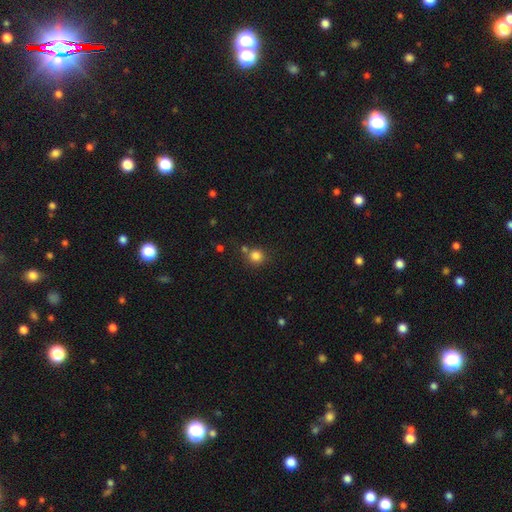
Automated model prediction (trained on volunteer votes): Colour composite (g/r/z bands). It shows a smooth galaxy with no disk features (82%) that is round (89%). Merging: none (69%).